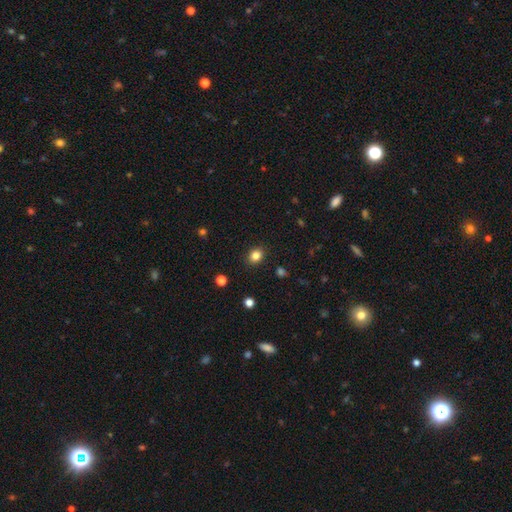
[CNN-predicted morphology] smooth 84%, star or artifact 11%, featured or disk 5%. Down the decision tree: how rounded — round (59%); merging — none (89%).